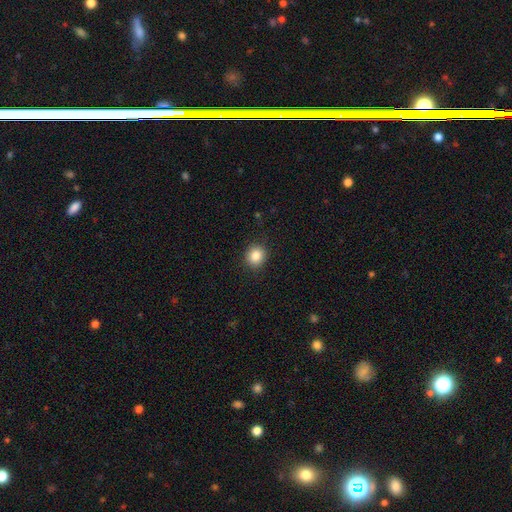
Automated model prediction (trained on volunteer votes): Smooth or featured? smooth (85%)
How rounded? round (85%)
Merging? none (89%)